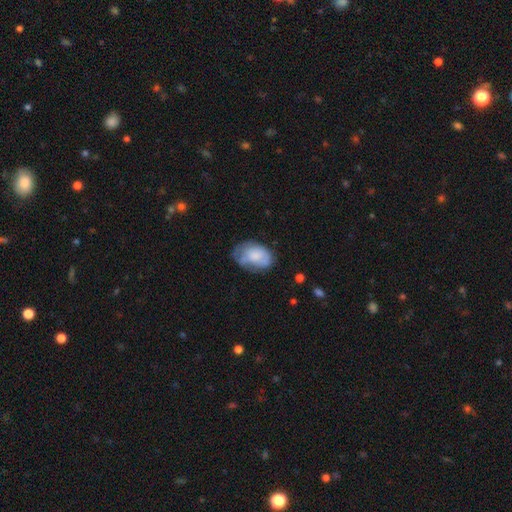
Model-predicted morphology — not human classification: Smooth or featured?
  - smooth: 66% *
  - featured or disk: 27%
  - star or artifact: 7%
How rounded?
  - in between: 85% *
  - round: 14%
  - cigar-shaped: 1%
Merging?
  - none: 48% *
  - minor disturbance: 32%
  - major disturbance: 16%
  - merger: 3%